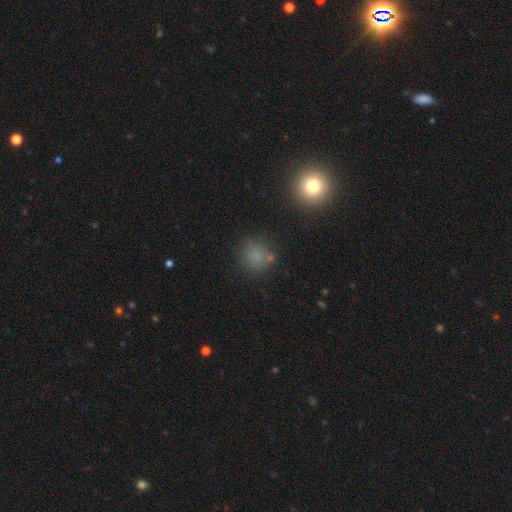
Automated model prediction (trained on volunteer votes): Smooth or featured?
  - smooth: 74% *
  - star or artifact: 19%
  - featured or disk: 7%
How rounded?
  - round: 88% *
  - in between: 11%
  - cigar-shaped: 1%
Merging?
  - none: 77% *
  - minor disturbance: 12%
  - merger: 6%
  - major disturbance: 5%